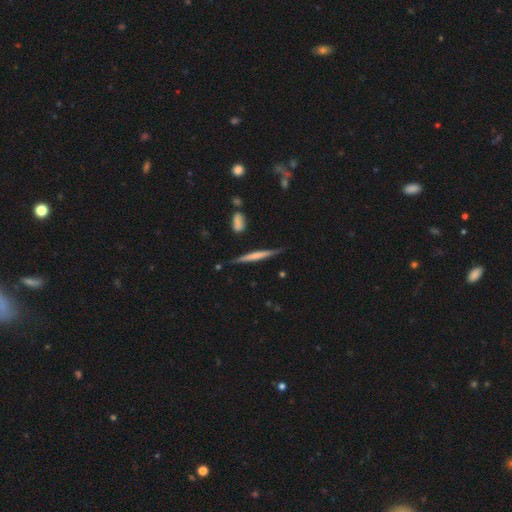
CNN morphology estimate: This is possibly a featured or disk galaxy (49%). Merging: clearly none (80%).